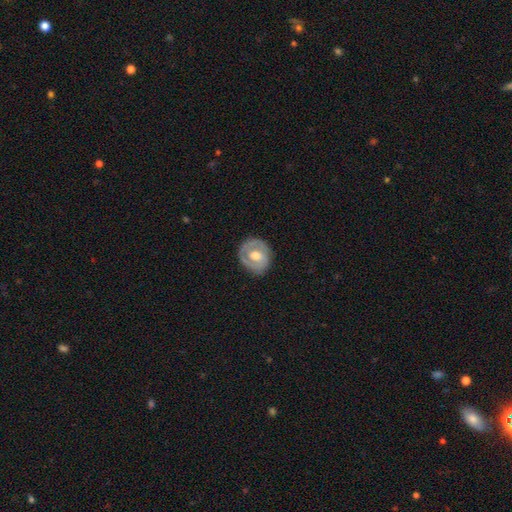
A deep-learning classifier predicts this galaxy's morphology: Smooth or featured? featured or disk (64%)
Edge-on disk? no (96%)
Bar? no (54%)
Spiral arms? yes (65%)
Bulge size? moderate (71%)
Merging? none (79%)